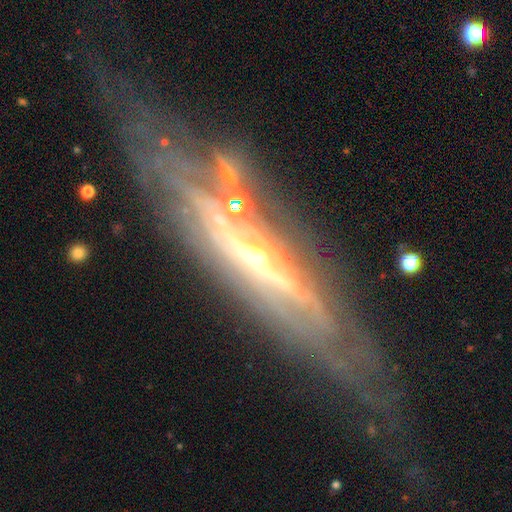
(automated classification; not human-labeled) featured or disk 85%, smooth 8%, star or artifact 7%. Down the decision tree: edge-on disk — yes (62%); edge-on bulge — rounded (75%); merging — none (57%).